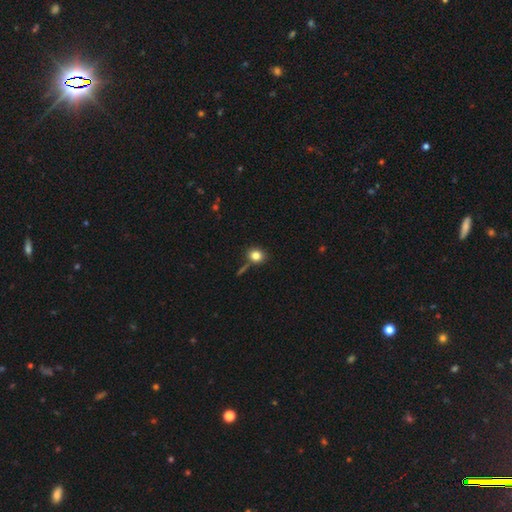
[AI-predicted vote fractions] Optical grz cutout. It shows a smooth galaxy with no disk features (81%) that is round (74%). Merging: none (73%).